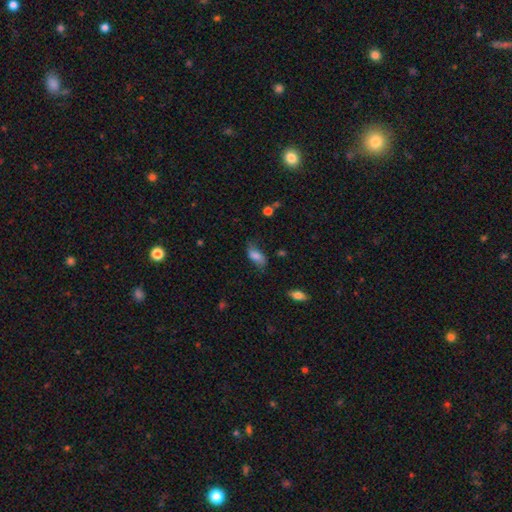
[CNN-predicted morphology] Q: Smooth or featured?
A: smooth (70%); runner-up: featured or disk (21%)
Q: How rounded?
A: in between (87%); runner-up: cigar-shaped (9%)
Q: Merging?
A: none (54%); runner-up: minor disturbance (30%)